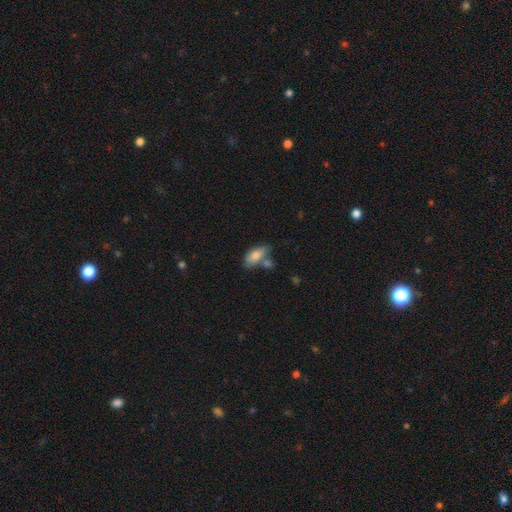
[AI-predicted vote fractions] This is likely a smooth galaxy (78%). How rounded: clearly in between (85%). Merging: marginally none (45%).